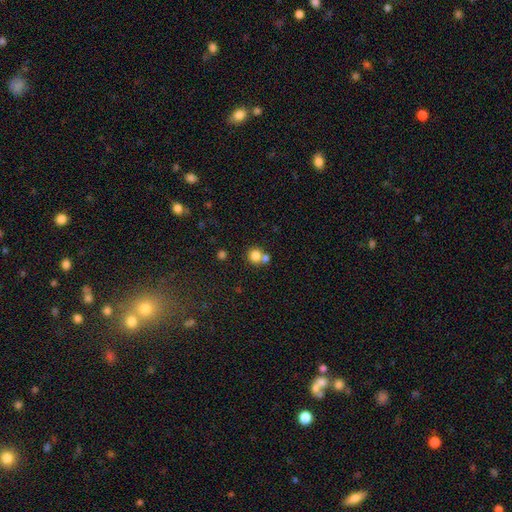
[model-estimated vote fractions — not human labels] Smooth or featured: smooth — 81% (star or artifact — 11%)
How rounded: round — 86% (in between — 13%)
Merging: none — 51% (merger — 39%)